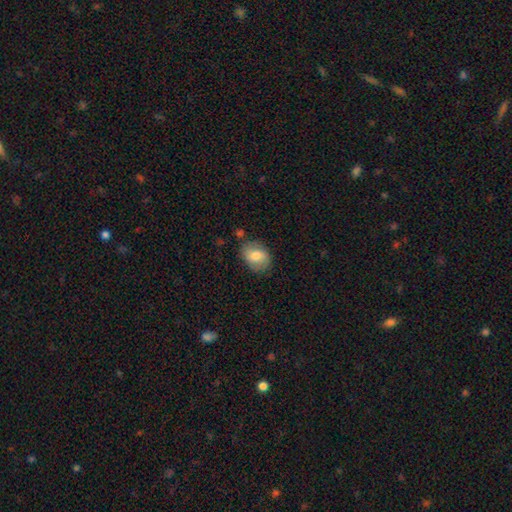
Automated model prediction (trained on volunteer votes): Overall: smooth (75%). How rounded: in between (71%). Merging: none (75%).